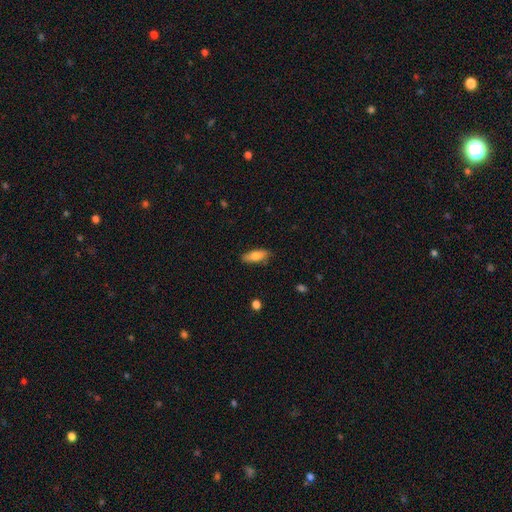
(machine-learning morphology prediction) This is likely a smooth galaxy (77%). How rounded: likely in between (68%). Merging: clearly none (83%).